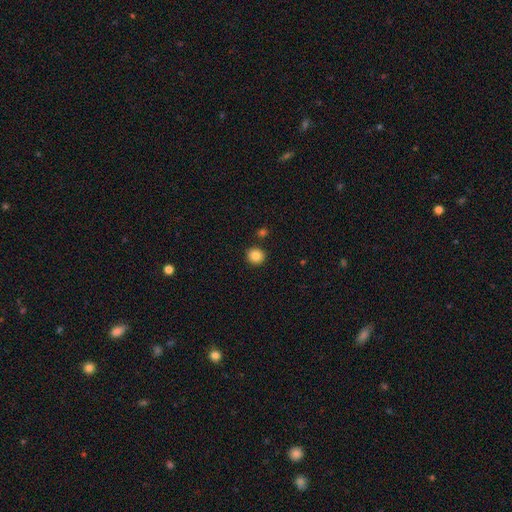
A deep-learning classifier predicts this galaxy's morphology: This appears to be a smooth galaxy with no disk features (86%) that is round (91%). Merging: none (88%).